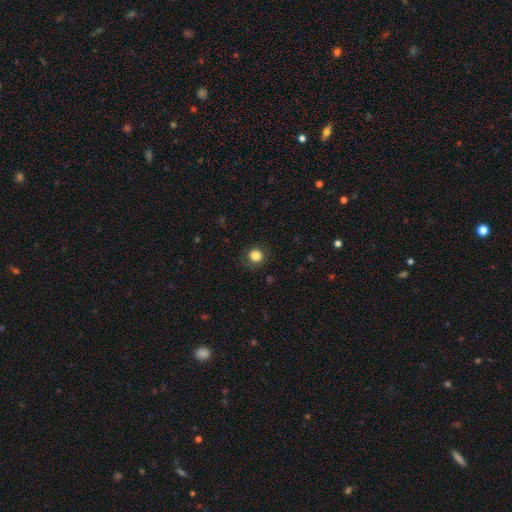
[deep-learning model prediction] A smooth galaxy with no disk features (84%) that is round (92%). Merging: none (86%).